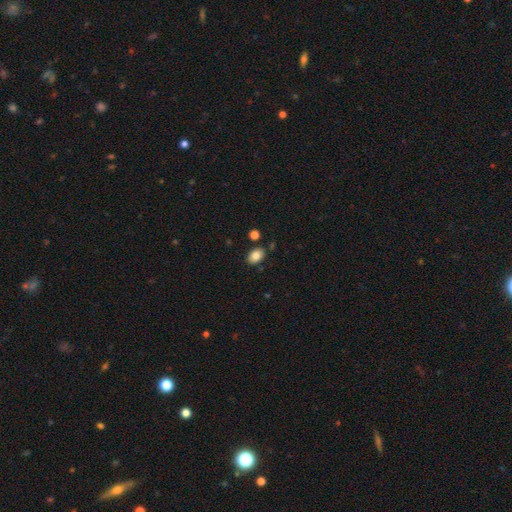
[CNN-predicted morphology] This appears to be a smooth galaxy with no disk features (85%) that is in between round and cigar-shaped (83%). Merging: none (83%).